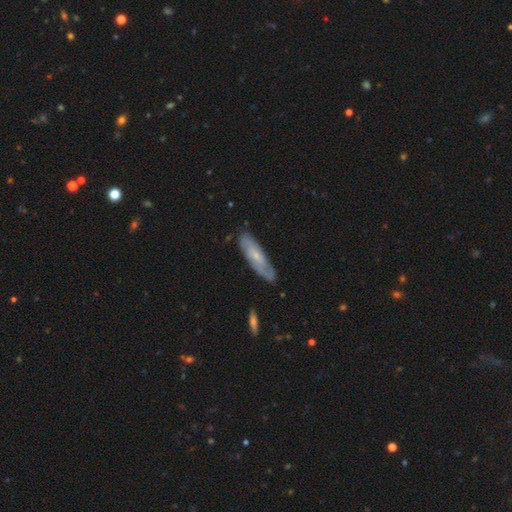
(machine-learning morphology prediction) This appears to be a featured or disk galaxy (55%). Merging: none (76%).